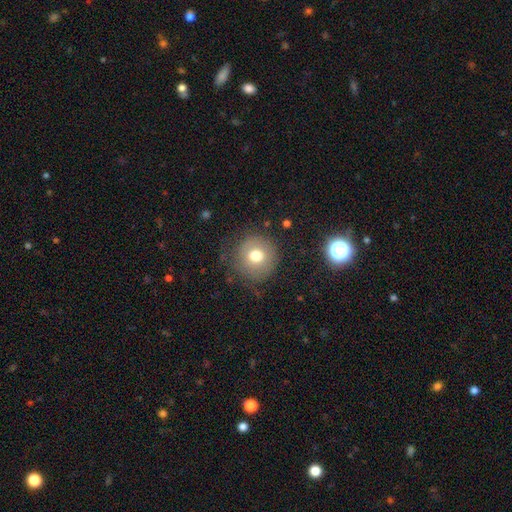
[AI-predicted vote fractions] Overall: smooth (72%). How rounded: round (94%). Merging: none (79%).